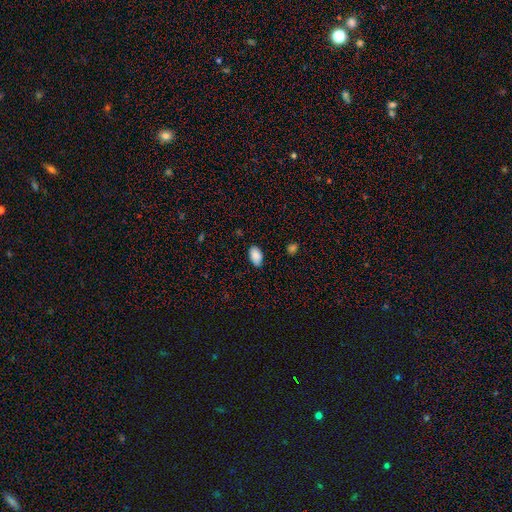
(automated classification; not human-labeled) Smooth or featured?
  - smooth: 87% *
  - star or artifact: 7%
  - featured or disk: 5%
How rounded?
  - in between: 93% *
  - round: 5%
  - cigar-shaped: 1%
Merging?
  - none: 83% *
  - minor disturbance: 14%
  - major disturbance: 2%
  - merger: 1%